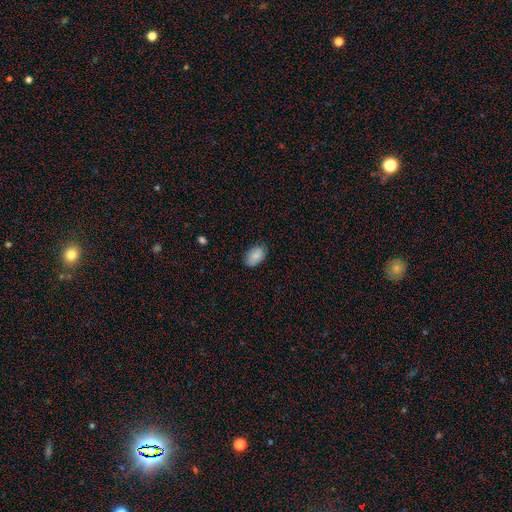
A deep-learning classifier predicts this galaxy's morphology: Smooth or featured? Predicted: smooth (p=0.85). How rounded? Predicted: in between (p=0.92). Merging? Predicted: none (p=0.79).